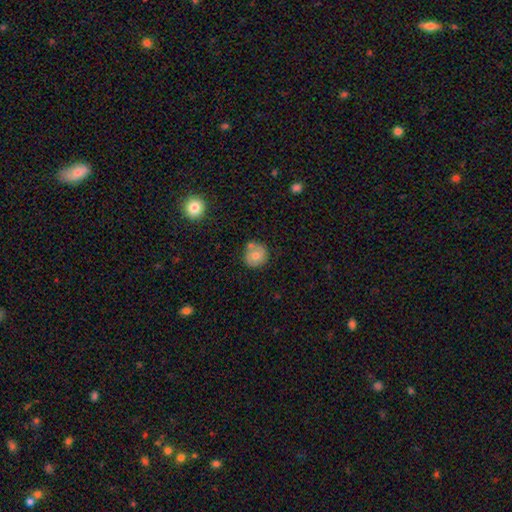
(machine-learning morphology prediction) The model was most divided on "merging": none: 62%, minor disturbance: 18%, merger: 15%, major disturbance: 4%. More confident: how rounded — round (85%); smooth or featured — smooth (72%).